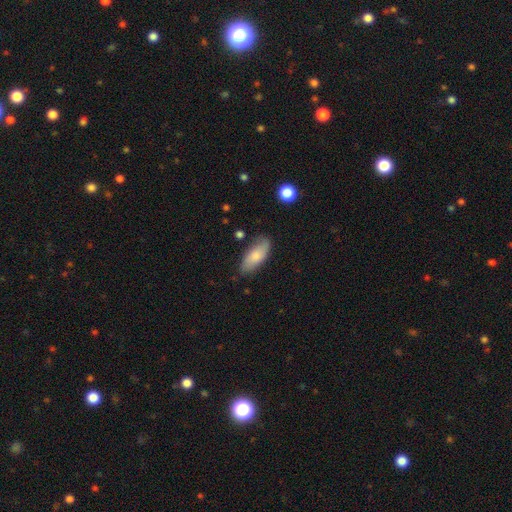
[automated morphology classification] Smooth or featured: smooth — 75% (featured or disk — 19%)
How rounded: in between — 84% (cigar-shaped — 13%)
Merging: none — 74% (minor disturbance — 20%)